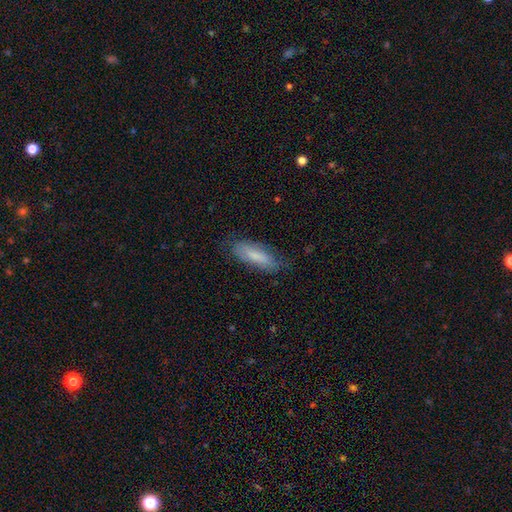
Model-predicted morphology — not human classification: A smooth galaxy with no disk features (70%) that is in between round and cigar-shaped (54%).

Vote fractions:
- Smooth or featured? smooth: 70% / featured or disk: 23% / star or artifact: 7%
- How rounded? in between: 54% / cigar-shaped: 44% / round: 2%
- Merging? none: 74% / minor disturbance: 20% / major disturbance: 5% / merger: 1%